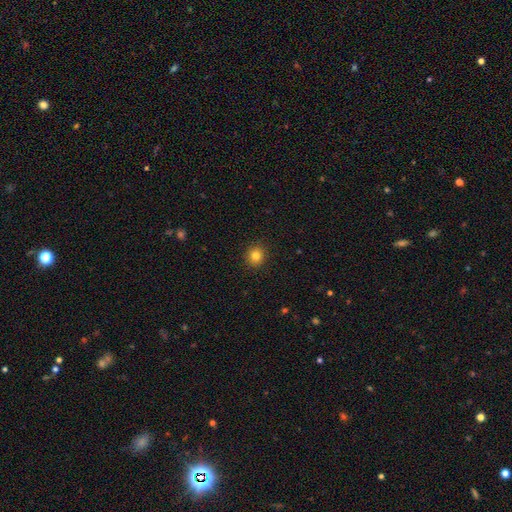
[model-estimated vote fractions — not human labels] This appears to be a smooth galaxy with no disk features (82%) that is round (84%). Merging: none (92%).